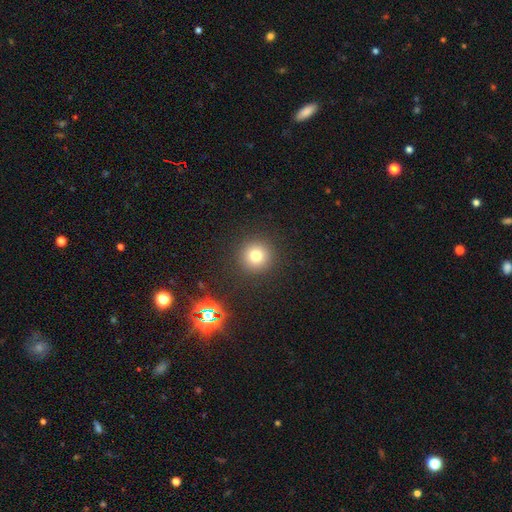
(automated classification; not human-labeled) Smooth or featured?
  - smooth: 75% *
  - star or artifact: 16%
  - featured or disk: 9%
How rounded?
  - round: 96% *
  - in between: 3%
  - cigar-shaped: 1%
Merging?
  - none: 91% *
  - minor disturbance: 5%
  - major disturbance: 2%
  - merger: 1%